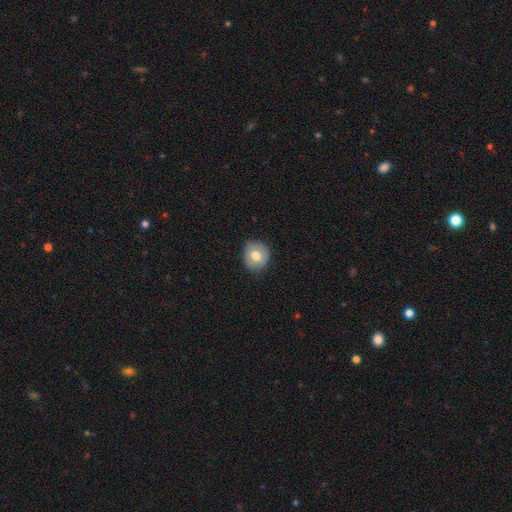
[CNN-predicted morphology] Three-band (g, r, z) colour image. It shows a smooth galaxy with no disk features (71%) that is round (82%). Merging: none (77%).